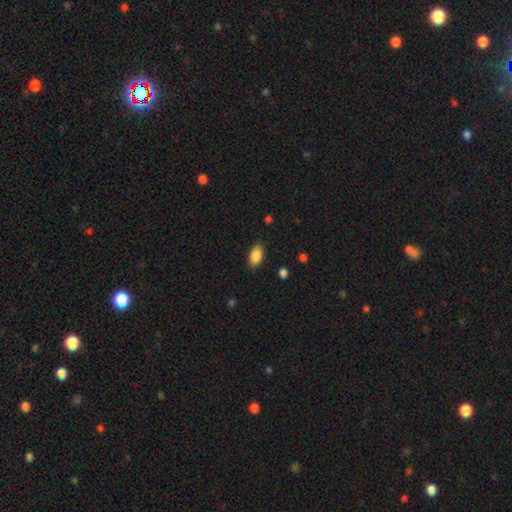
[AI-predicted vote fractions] This is clearly a smooth galaxy (87%). How rounded: clearly in between (93%). Merging: clearly none (87%).